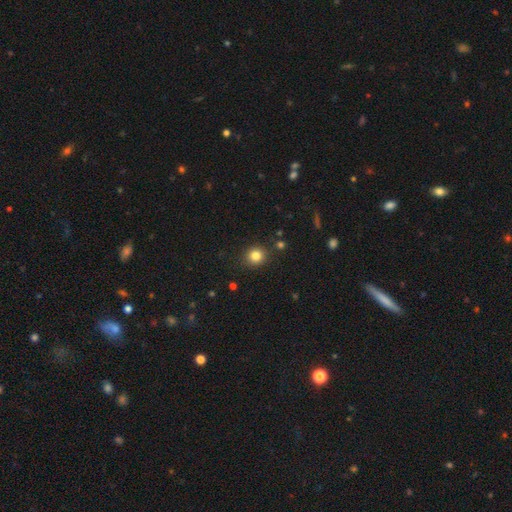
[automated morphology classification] The model was most divided on "smooth or featured": smooth: 82%, star or artifact: 12%, featured or disk: 6%. More confident: how rounded — round (88%); merging — none (88%).